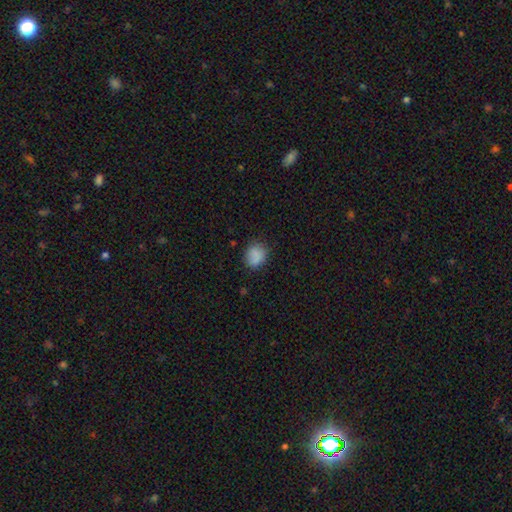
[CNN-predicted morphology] This appears to be a smooth galaxy with no disk features (83%) that is round (67%). Merging: none (74%).